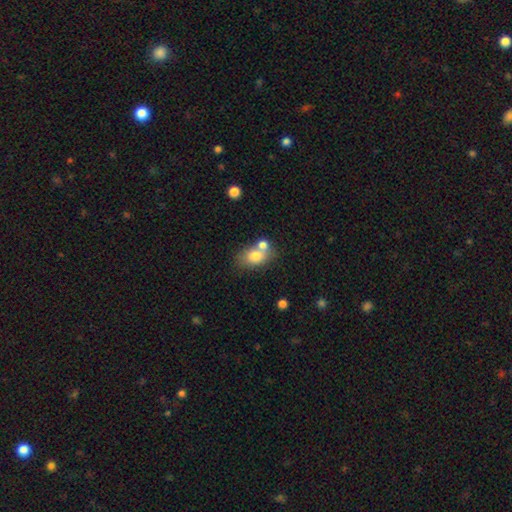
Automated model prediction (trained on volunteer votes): Smooth or featured?
  - smooth: 76% *
  - featured or disk: 15%
  - star or artifact: 9%
How rounded?
  - in between: 74% *
  - round: 24%
  - cigar-shaped: 2%
Merging?
  - none: 47% *
  - merger: 36%
  - minor disturbance: 13%
  - major disturbance: 5%